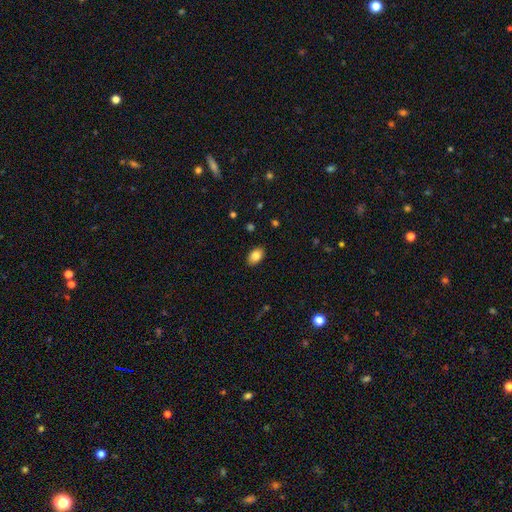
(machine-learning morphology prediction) Smooth or featured: smooth — 83% (featured or disk — 9%)
How rounded: in between — 89% (round — 9%)
Merging: none — 88% (minor disturbance — 9%)